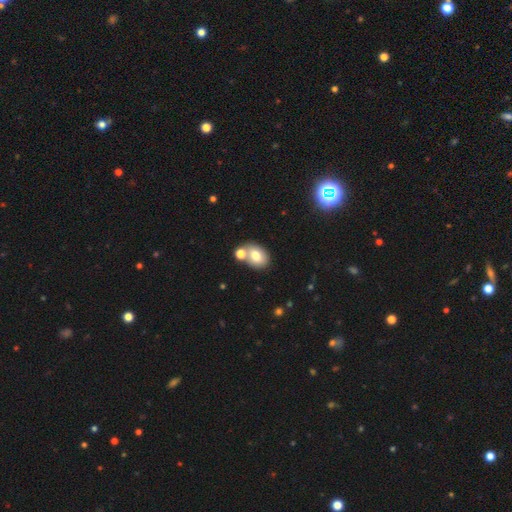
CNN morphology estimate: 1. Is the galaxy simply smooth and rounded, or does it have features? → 75% smooth, 15% featured or disk, 10% star or artifact.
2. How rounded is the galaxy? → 67% in between, 32% round, 1% cigar-shaped.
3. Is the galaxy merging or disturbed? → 56% none, 29% merger, 11% minor disturbance, 3% major disturbance.